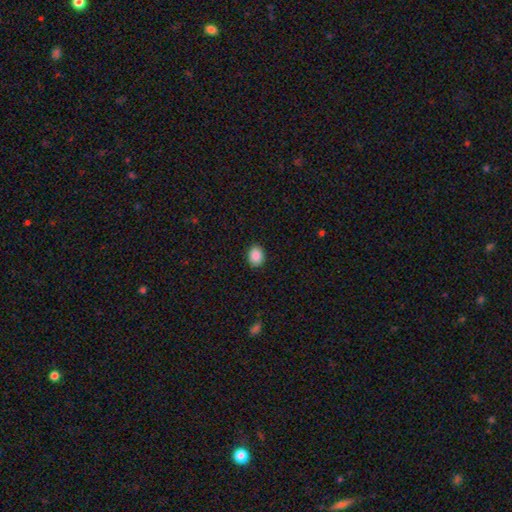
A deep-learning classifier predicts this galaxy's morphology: This is clearly a smooth galaxy (89%). How rounded: possibly in between (56%). Merging: clearly none (90%).